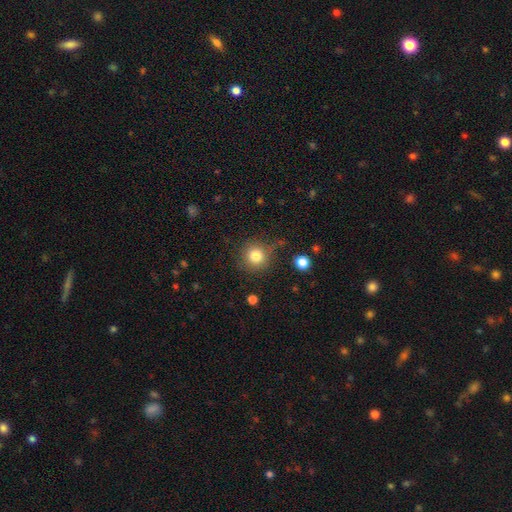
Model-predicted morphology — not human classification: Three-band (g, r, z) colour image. It shows a smooth galaxy with no disk features (81%) that is round (93%). Merging: none (82%).